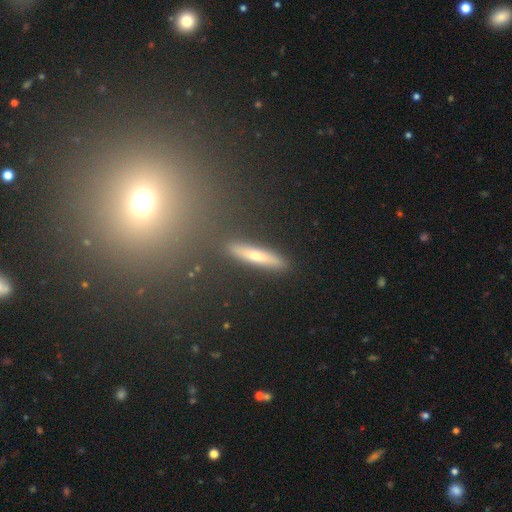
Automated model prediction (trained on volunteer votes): Smooth or featured: featured or disk — 42% (smooth — 34%)
Merging: none — 86% (minor disturbance — 7%)